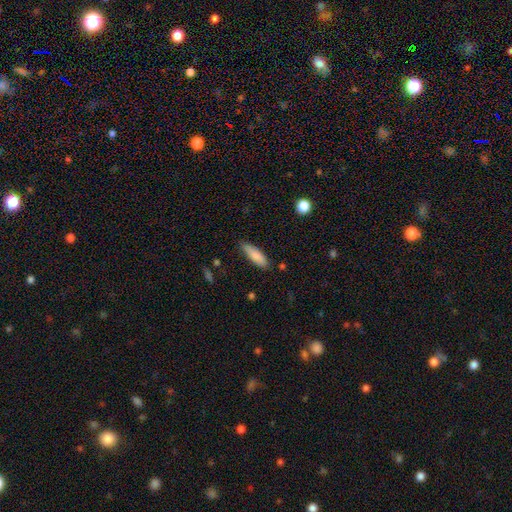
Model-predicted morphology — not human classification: smooth-or-featured: smooth: 85% | featured or disk: 9% | star or artifact: 6%
  how-rounded: in between: 53% | cigar-shaped: 46% | round: 2%
  merging: none: 77% | minor disturbance: 18% | major disturbance: 3% | merger: 2%